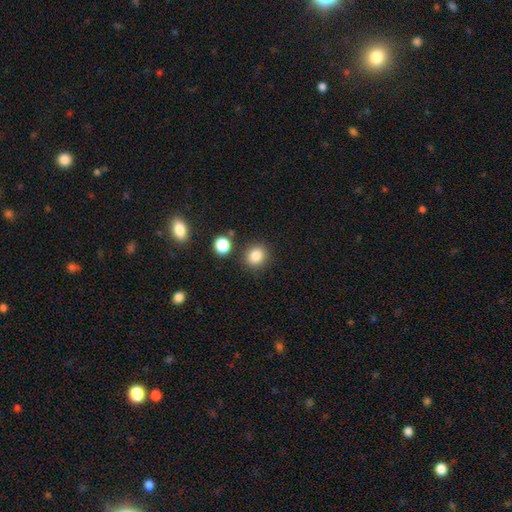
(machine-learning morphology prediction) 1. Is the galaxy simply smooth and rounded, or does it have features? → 84% smooth, 11% star or artifact, 5% featured or disk.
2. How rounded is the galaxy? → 78% round, 21% in between, 1% cigar-shaped.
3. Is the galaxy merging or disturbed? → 83% none, 9% minor disturbance, 5% merger, 3% major disturbance.